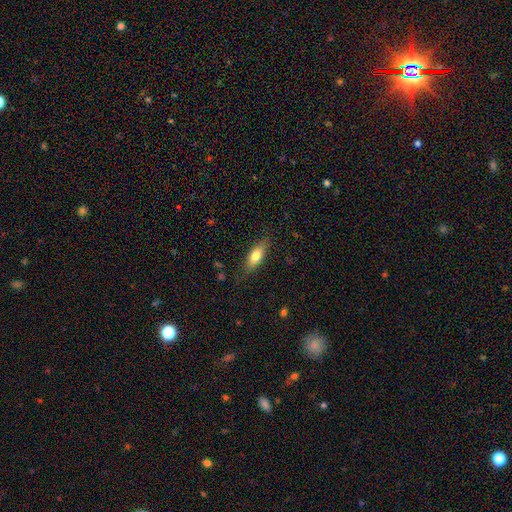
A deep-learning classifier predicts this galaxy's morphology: smooth_or_featured: smooth (p=0.71) [alt: featured or disk p=0.22]
how_rounded: in between (p=0.68) [alt: cigar-shaped p=0.29]
merging: none (p=0.77) [alt: minor disturbance p=0.17]